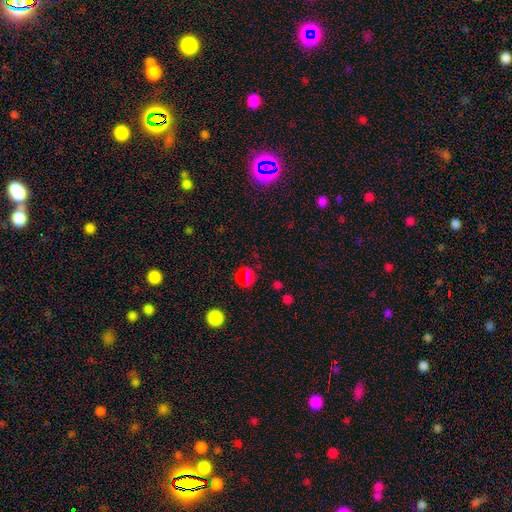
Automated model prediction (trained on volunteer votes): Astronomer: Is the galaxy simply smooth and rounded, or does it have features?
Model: star or artifact — 50% (runner-up: smooth, 42%).